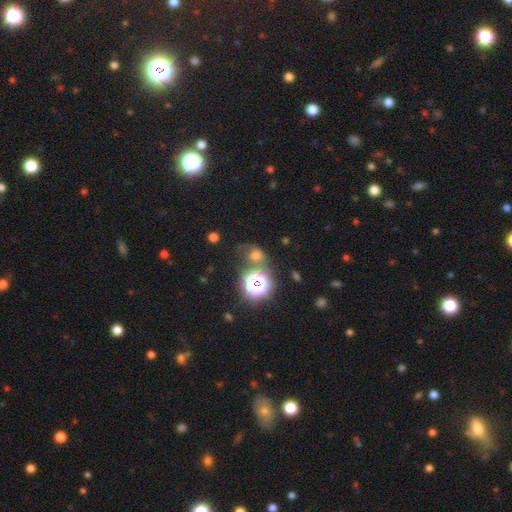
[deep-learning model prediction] Morphology: type=smooth (55%); roundness=round (66%); merging=none (47%).